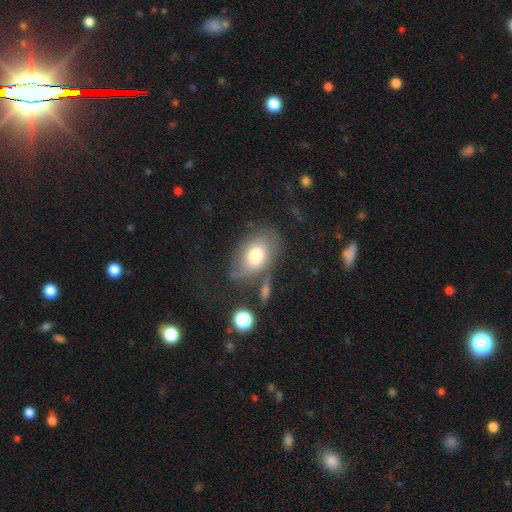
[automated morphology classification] Smooth or featured: smooth — 67% (featured or disk — 24%)
How rounded: in between — 85% (round — 13%)
Merging: none — 54% (minor disturbance — 24%)